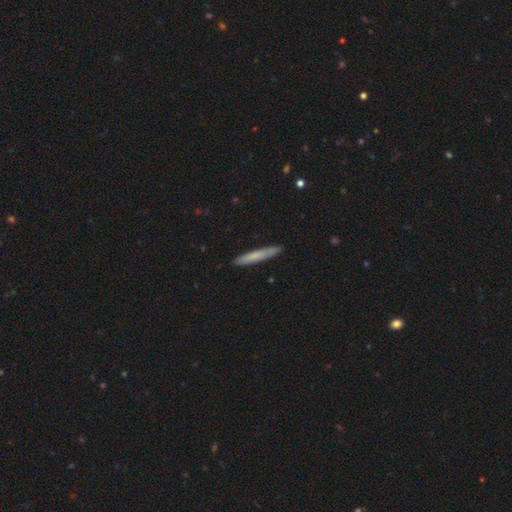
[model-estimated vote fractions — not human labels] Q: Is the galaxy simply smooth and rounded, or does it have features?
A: smooth — 71%.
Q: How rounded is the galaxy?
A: cigar-shaped — 96%.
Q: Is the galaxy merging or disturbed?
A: none — 91%.